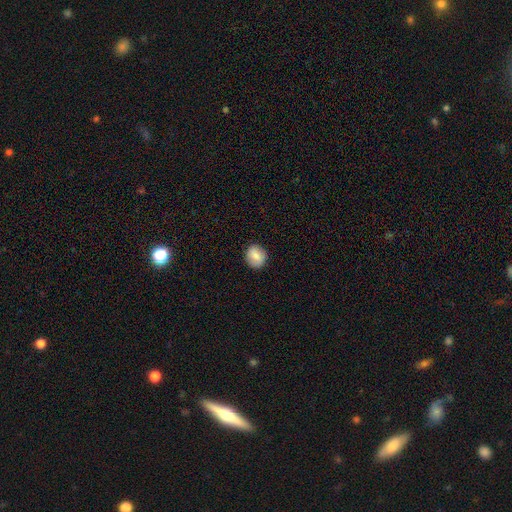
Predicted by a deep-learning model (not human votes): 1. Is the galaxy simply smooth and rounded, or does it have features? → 82% smooth, 10% featured or disk, 8% star or artifact.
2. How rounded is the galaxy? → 78% round, 21% in between, 1% cigar-shaped.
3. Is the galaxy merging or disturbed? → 89% none, 8% minor disturbance, 2% major disturbance, 1% merger.